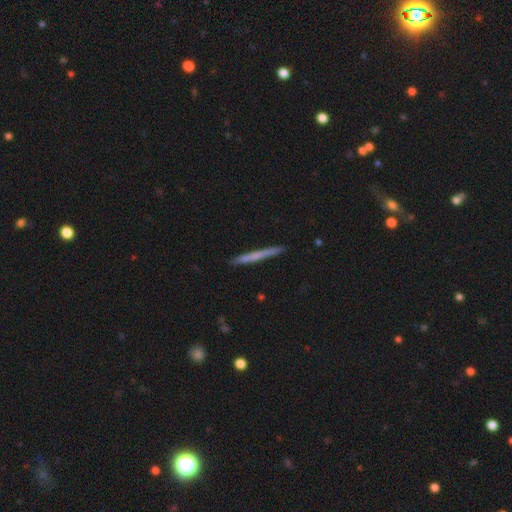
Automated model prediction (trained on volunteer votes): smooth 54%, featured or disk 40%, star or artifact 6%. Down the decision tree: how rounded — cigar-shaped (97%); merging — none (90%).